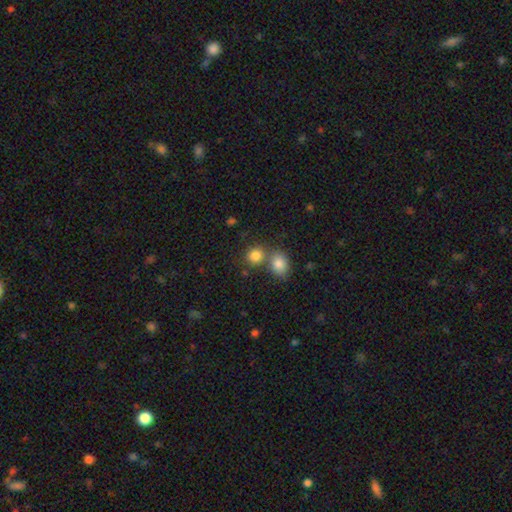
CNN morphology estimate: type=smooth (83%); roundness=round (75%); merging=none (51%).